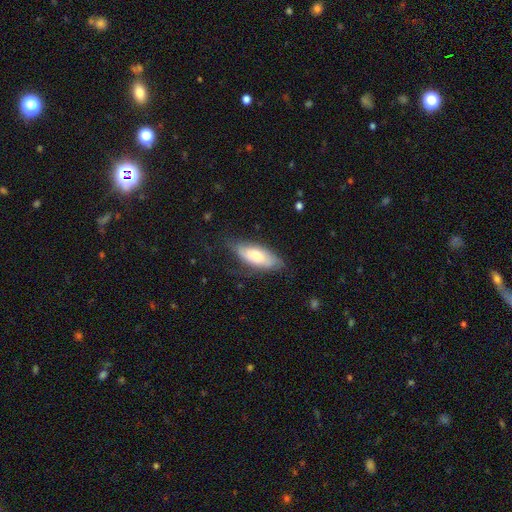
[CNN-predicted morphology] The model was most divided on "smooth or featured": smooth: 60%, featured or disk: 33%, star or artifact: 7%. More confident: how rounded — in between (75%); merging — none (65%).